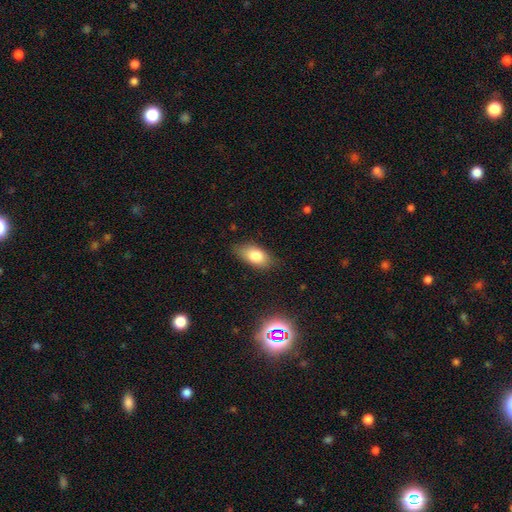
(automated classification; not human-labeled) smooth_or_featured: smooth (p=0.79) [alt: featured or disk p=0.12]
how_rounded: in between (p=0.89) [alt: round p=0.06]
merging: none (p=0.77) [alt: minor disturbance p=0.18]